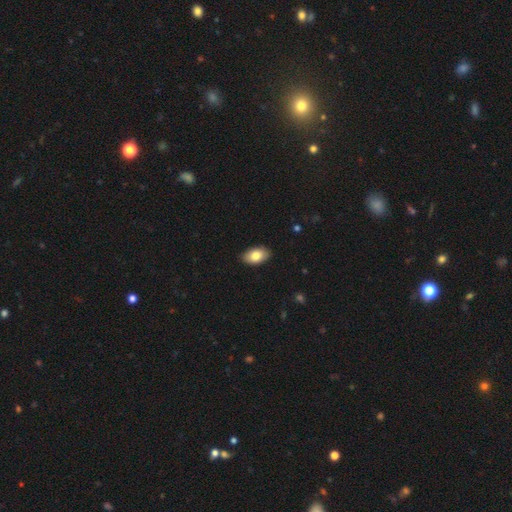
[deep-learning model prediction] Morphology: type=smooth (81%); roundness=in between (93%); merging=none (88%).